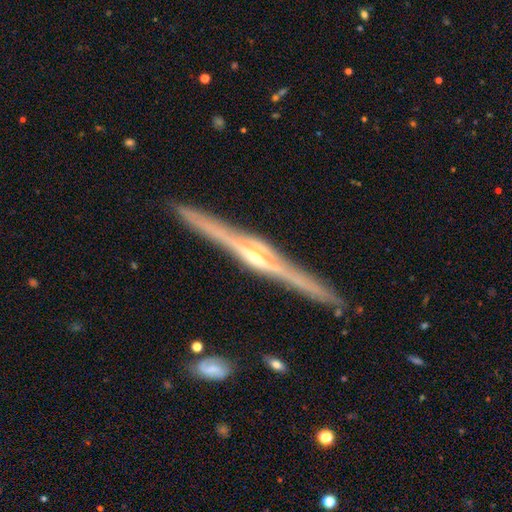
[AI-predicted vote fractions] Smooth or featured? featured or disk (88%)
Edge-on disk? yes (98%)
Edge-on bulge? rounded (82%)
Merging? none (89%)